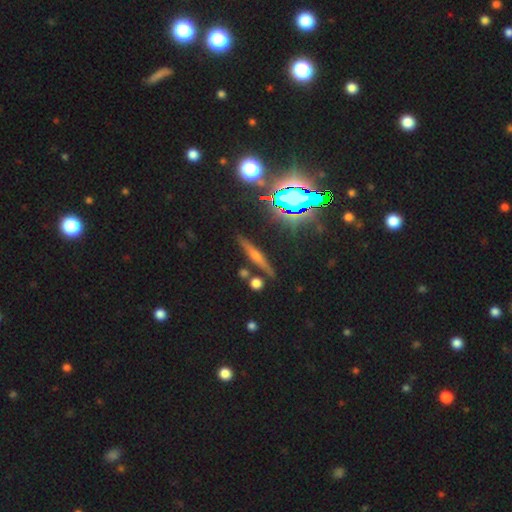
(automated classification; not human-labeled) A featured or disk galaxy (55%) viewed edge-on (94%) with a rounded central bulge (75%). Merging: none (85%).